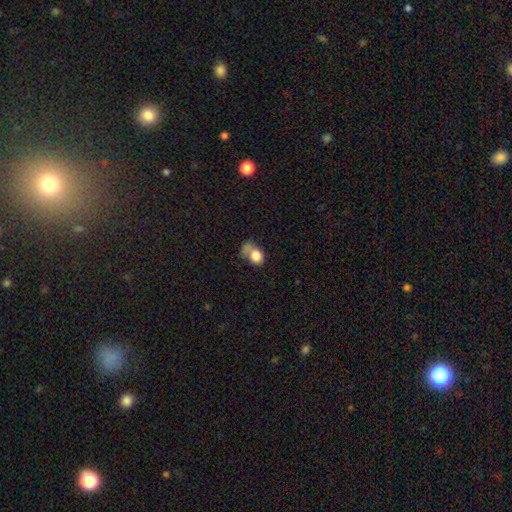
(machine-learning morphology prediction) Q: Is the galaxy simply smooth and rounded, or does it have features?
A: smooth — 79%.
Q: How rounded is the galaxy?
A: in between — 50%.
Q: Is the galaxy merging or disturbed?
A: none — 27%, tied with major disturbance.